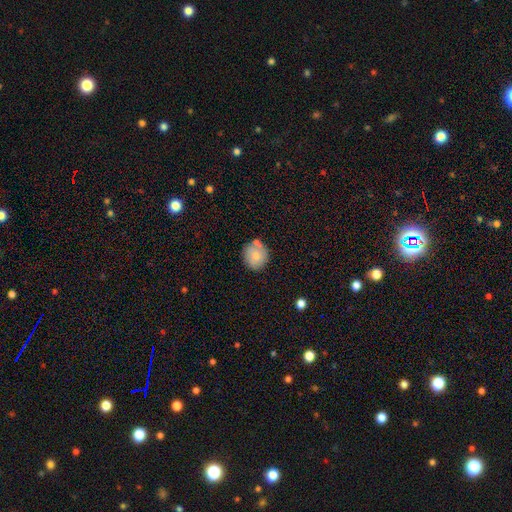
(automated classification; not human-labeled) smooth-or-featured: smooth: 78% | featured or disk: 14% | star or artifact: 8%
  how-rounded: round: 83% | in between: 16% | cigar-shaped: 1%
  merging: none: 67% | minor disturbance: 17% | merger: 11% | major disturbance: 4%